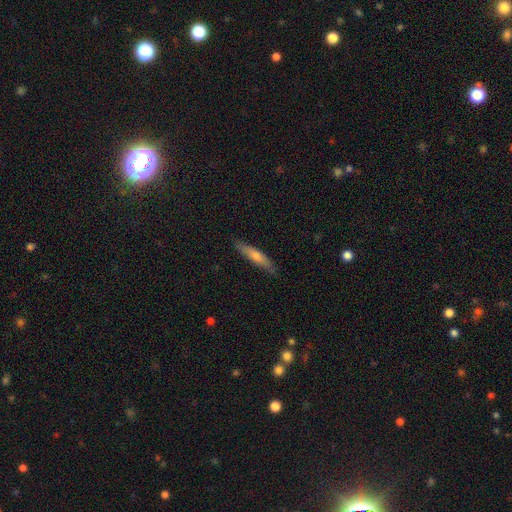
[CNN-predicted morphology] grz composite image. It shows a featured or disk galaxy (47%). Merging: none (87%).